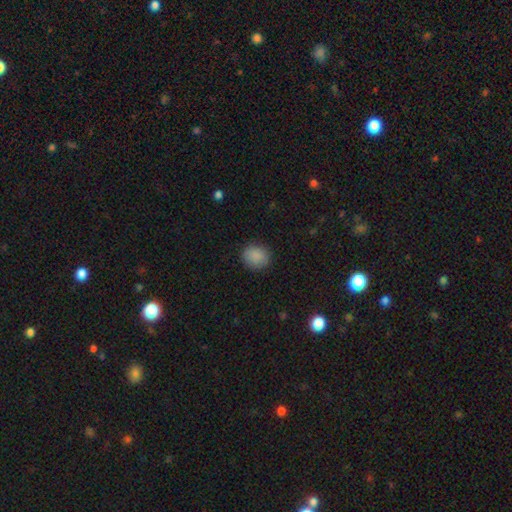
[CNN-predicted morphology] A smooth galaxy with no disk features (88%) that is round (74%).

Vote fractions:
- Smooth or featured? smooth: 88% / star or artifact: 8% / featured or disk: 3%
- How rounded? round: 74% / in between: 25% / cigar-shaped: 1%
- Merging? none: 87% / minor disturbance: 9% / major disturbance: 3% / merger: 1%